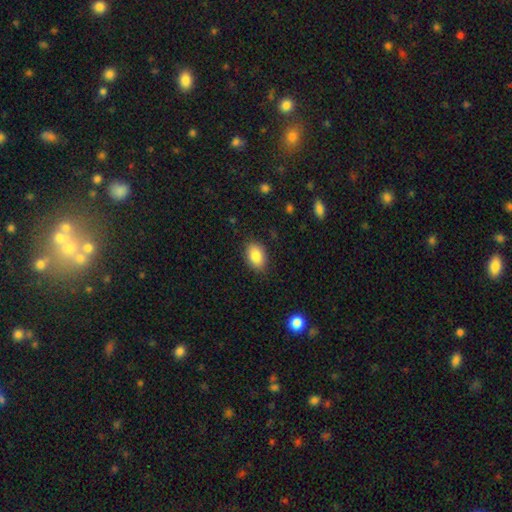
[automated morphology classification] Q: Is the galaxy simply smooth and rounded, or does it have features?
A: smooth — 87%.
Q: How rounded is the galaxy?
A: in between — 84%.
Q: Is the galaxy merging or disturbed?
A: none — 84%.